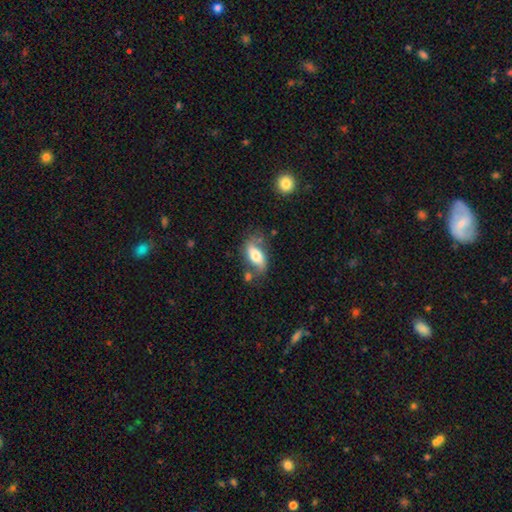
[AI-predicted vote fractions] Smooth or featured?
  - featured or disk: 49% *
  - smooth: 43%
  - star or artifact: 7%
Merging?
  - none: 55% *
  - minor disturbance: 24%
  - major disturbance: 11%
  - merger: 10%